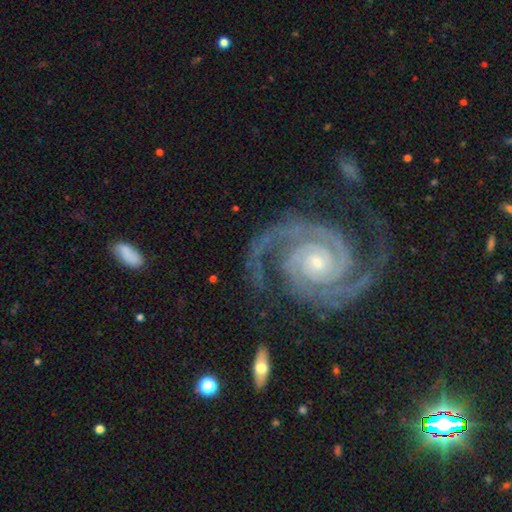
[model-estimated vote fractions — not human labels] featured or disk 93%, star or artifact 5%, smooth 2%. Down the decision tree: edge-on disk — no (98%); bar — no (69%); spiral arms — yes (99%); spiral arm count — 2 (90%); spiral winding — tight (63%); bulge size — small (64%); merging — none (80%).